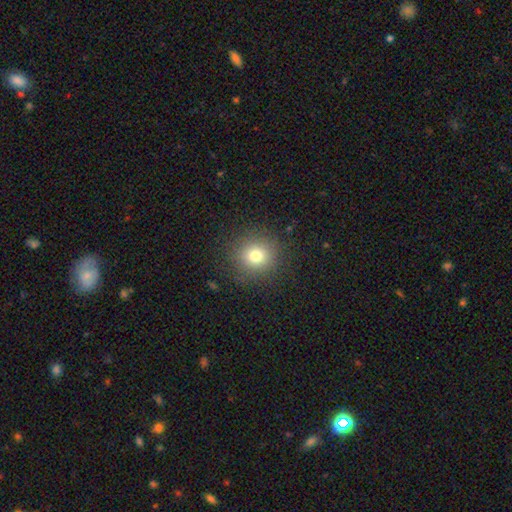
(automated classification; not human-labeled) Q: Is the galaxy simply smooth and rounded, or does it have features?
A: smooth — 76%.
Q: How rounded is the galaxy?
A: round — 91%.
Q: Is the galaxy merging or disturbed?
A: none — 88%.